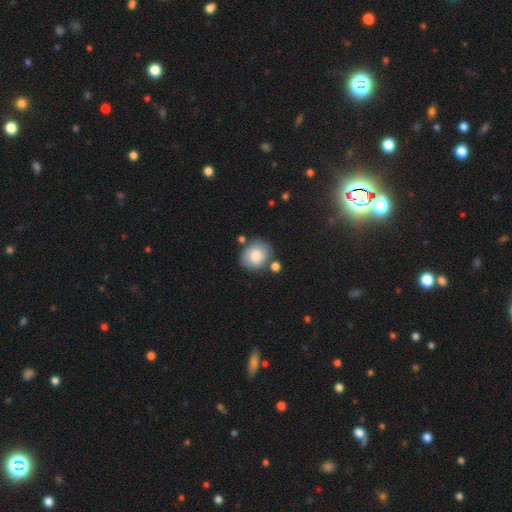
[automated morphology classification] Q: Smooth or featured?
A: smooth (79%); runner-up: featured or disk (13%)
Q: How rounded?
A: round (65%); runner-up: in between (34%)
Q: Merging?
A: none (69%); runner-up: minor disturbance (16%)